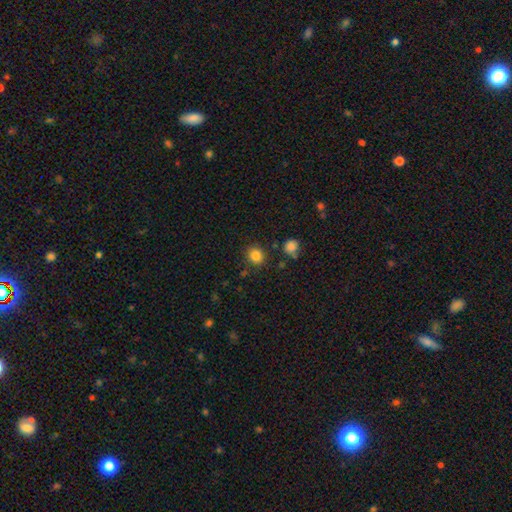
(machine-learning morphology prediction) This is clearly a smooth galaxy (84%). How rounded: likely round (78%). Merging: clearly none (85%).